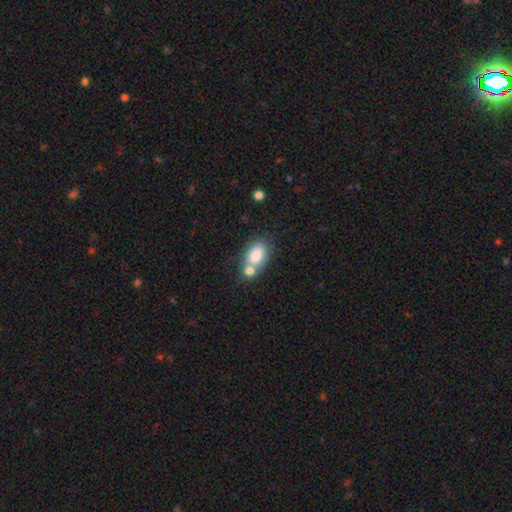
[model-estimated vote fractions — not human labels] smooth-or-featured: smooth: 81% | featured or disk: 11% | star or artifact: 8%
  how-rounded: in between: 85% | round: 13% | cigar-shaped: 2%
  merging: merger: 43% | none: 40% | minor disturbance: 12% | major disturbance: 5%